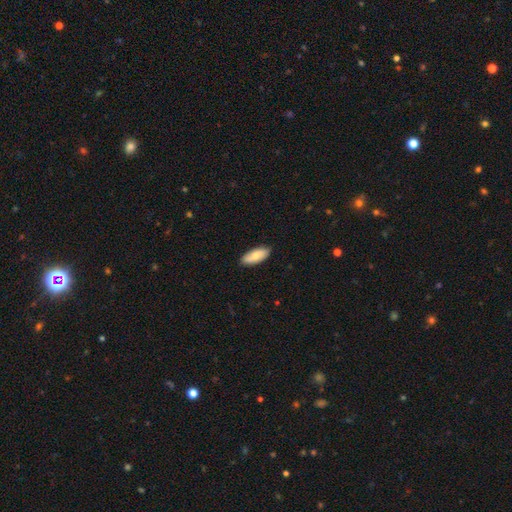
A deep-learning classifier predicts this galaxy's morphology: A smooth galaxy with no disk features (77%) that is in between round and cigar-shaped (82%). Merging: none (88%).